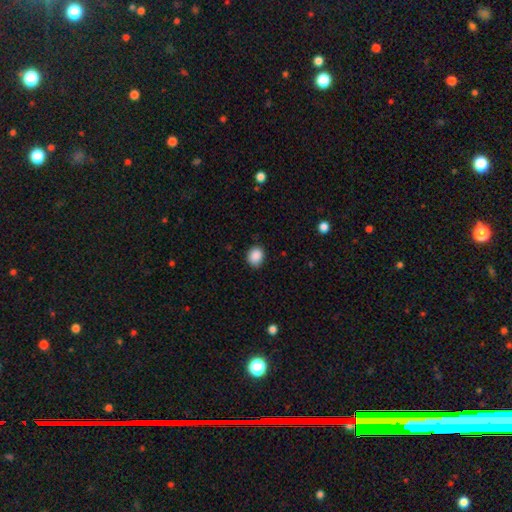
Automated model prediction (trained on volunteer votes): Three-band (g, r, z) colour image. It shows a smooth galaxy with no disk features (89%) that is round (56%). Merging: none (84%).